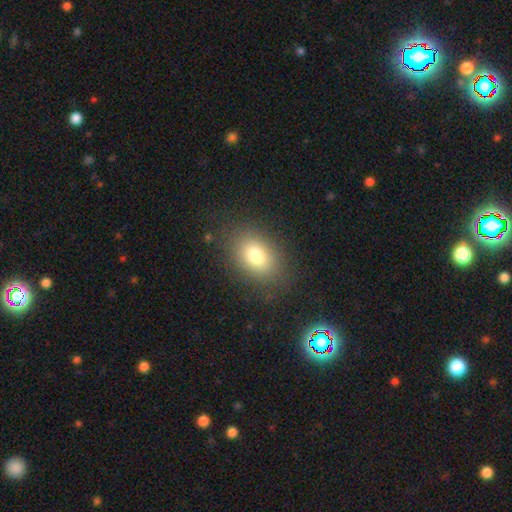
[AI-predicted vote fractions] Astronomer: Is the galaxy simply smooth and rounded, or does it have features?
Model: smooth — 77%.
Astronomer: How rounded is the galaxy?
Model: in between — 73%.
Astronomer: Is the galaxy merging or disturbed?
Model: none — 82%.